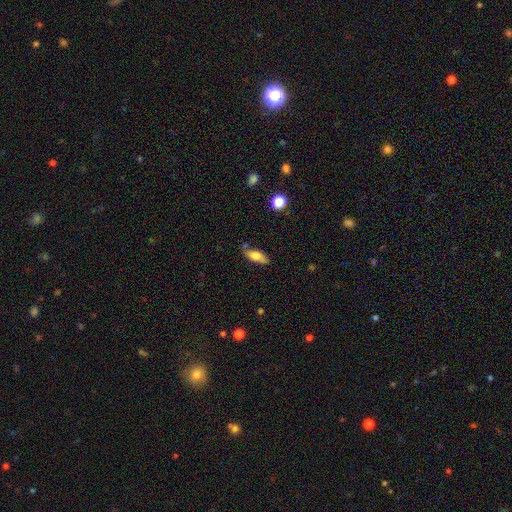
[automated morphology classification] type=smooth (62%); roundness=in between (75%); merging=none (72%).